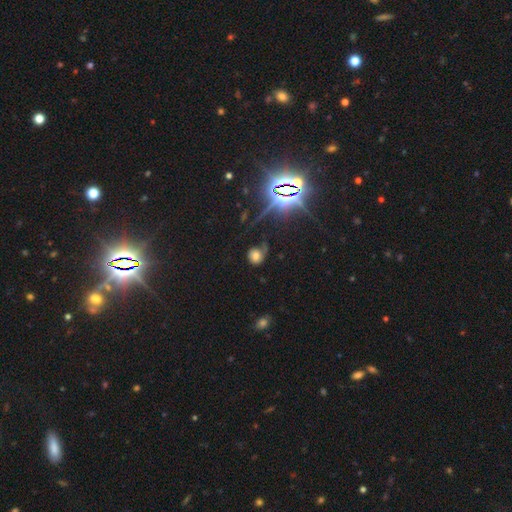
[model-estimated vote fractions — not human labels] Morphology: type=smooth (52%); roundness=round (67%); merging=none (48%).